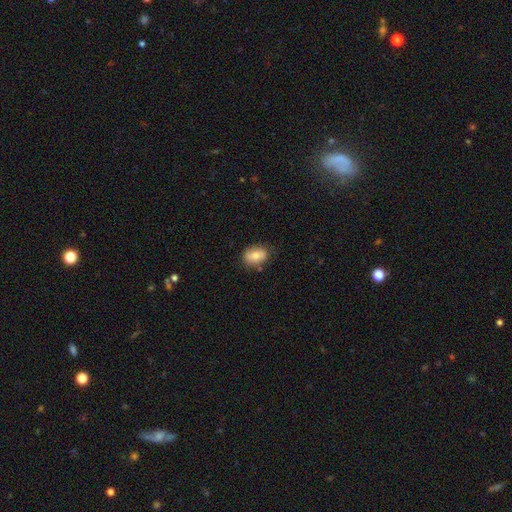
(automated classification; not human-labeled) Smooth or featured? smooth (73%)
How rounded? in between (77%)
Merging? none (76%)